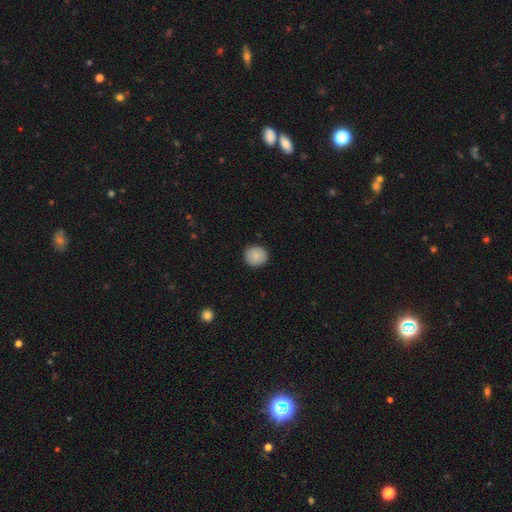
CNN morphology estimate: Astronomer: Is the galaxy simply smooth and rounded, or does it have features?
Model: smooth — 87%.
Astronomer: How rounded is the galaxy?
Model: round — 92%.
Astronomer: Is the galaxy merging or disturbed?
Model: none — 90%.